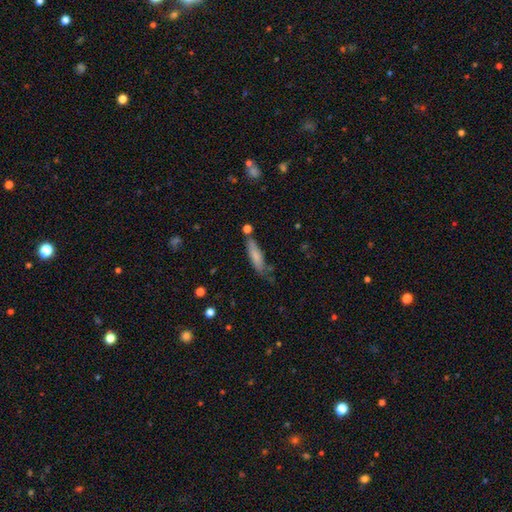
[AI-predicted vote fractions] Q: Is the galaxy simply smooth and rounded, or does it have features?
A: smooth — 74%.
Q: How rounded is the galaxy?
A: cigar-shaped — 76%.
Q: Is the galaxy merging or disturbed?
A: none — 64%.